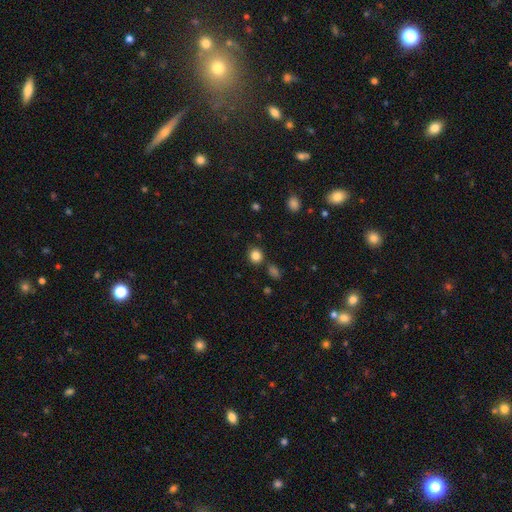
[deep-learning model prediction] smooth_or_featured: smooth (p=0.84) [alt: star or artifact p=0.11]
how_rounded: round (p=0.86) [alt: in between p=0.13]
merging: none (p=0.84) [alt: minor disturbance p=0.09]